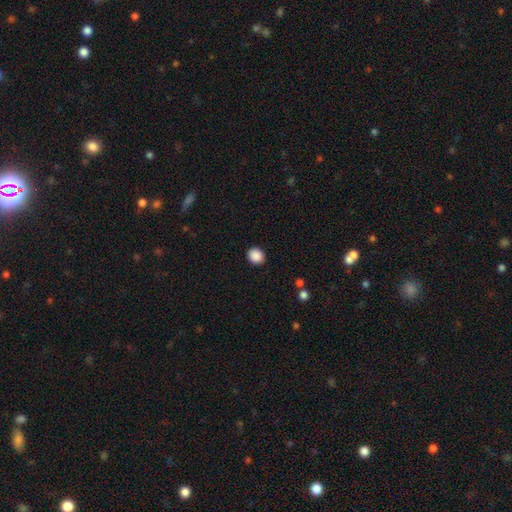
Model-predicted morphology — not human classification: Smooth or featured? Predicted: smooth (p=0.89). How rounded? Predicted: round (p=0.76). Merging? Predicted: none (p=0.91).